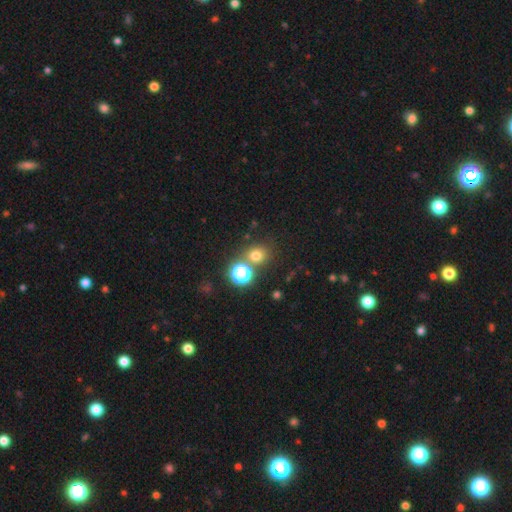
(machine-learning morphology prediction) type=smooth (69%); roundness=round (82%); merging=none (71%).